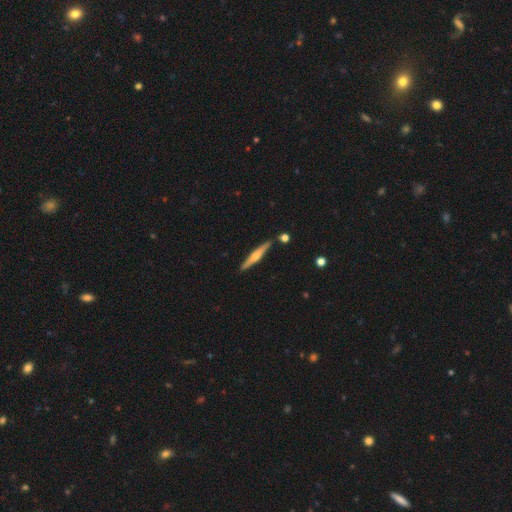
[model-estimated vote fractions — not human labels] Overall: featured or disk (67%; smooth 28%). Edge-on disk: yes (97%). Edge-on bulge: rounded (88%). Merging: none (86%).